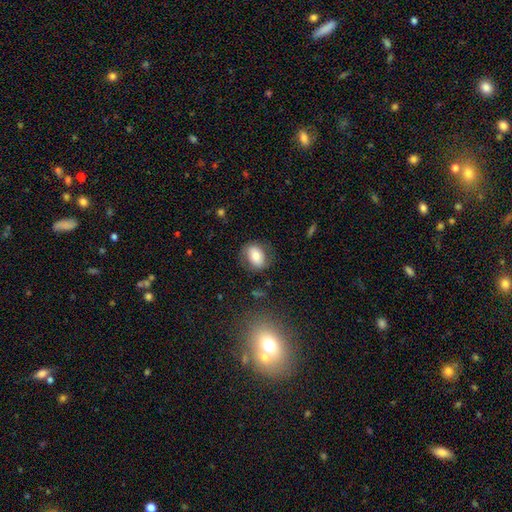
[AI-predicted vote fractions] smooth_or_featured: smooth (p=0.69) [alt: featured or disk p=0.23]
how_rounded: in between (p=0.69) [alt: round p=0.30]
merging: none (p=0.74) [alt: minor disturbance p=0.17]